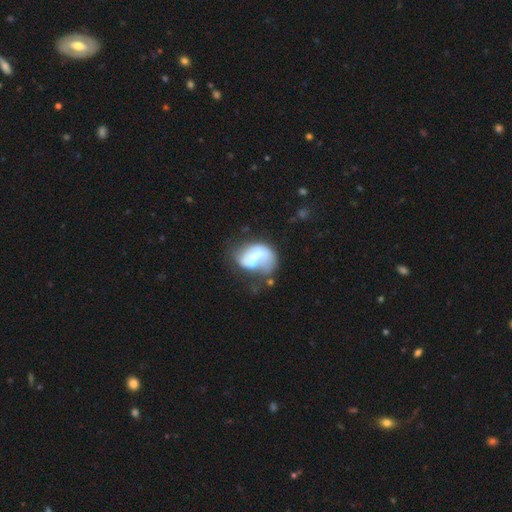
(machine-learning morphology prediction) type=featured or disk (54%); edge-on=no (97%); bar=no (60%); spiral arms=no (66%); bulge=moderate (46%); merging=merger (27%).